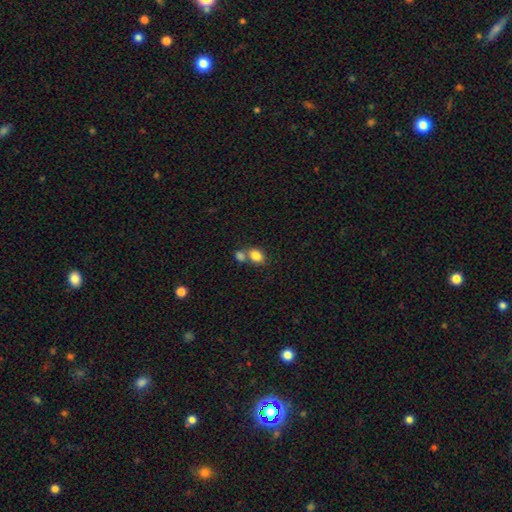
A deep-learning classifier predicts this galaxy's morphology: smooth-or-featured: smooth: 83% | star or artifact: 9% | featured or disk: 8%
  how-rounded: in between: 71% | round: 28% | cigar-shaped: 1%
  merging: none: 44% | merger: 43% | minor disturbance: 10% | major disturbance: 4%